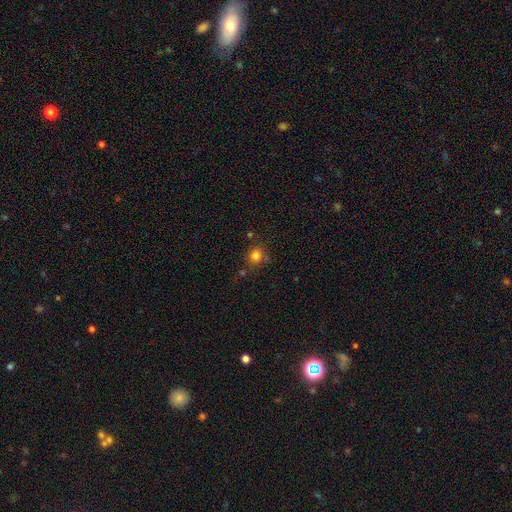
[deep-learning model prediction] Smooth or featured? smooth (80%)
How rounded? round (85%)
Merging? none (74%)